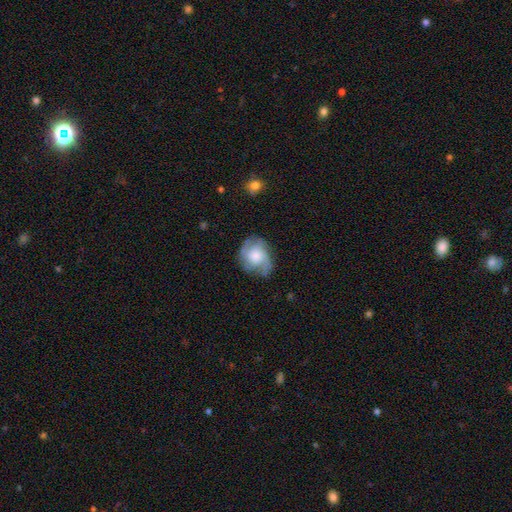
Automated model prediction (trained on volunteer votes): This appears to be a featured or disk galaxy (55%) with no bar (77%), spiral arms (84%) and a moderate central bulge (41%). Merging: none (62%).